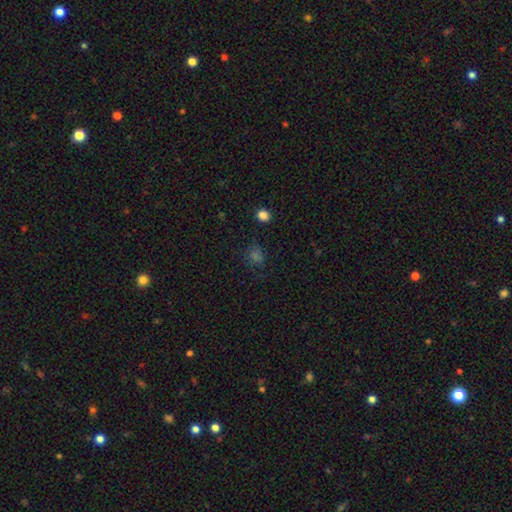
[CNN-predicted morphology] smooth 59%, star or artifact 33%, featured or disk 8%. Down the decision tree: how rounded — round (71%); merging — none (73%).